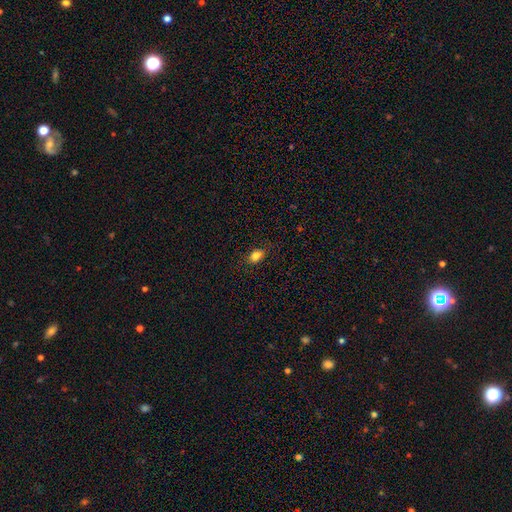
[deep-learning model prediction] The model was most divided on "how rounded": in between: 83%, round: 16%, cigar-shaped: 2%. More confident: smooth or featured — smooth (85%); merging — none (84%).